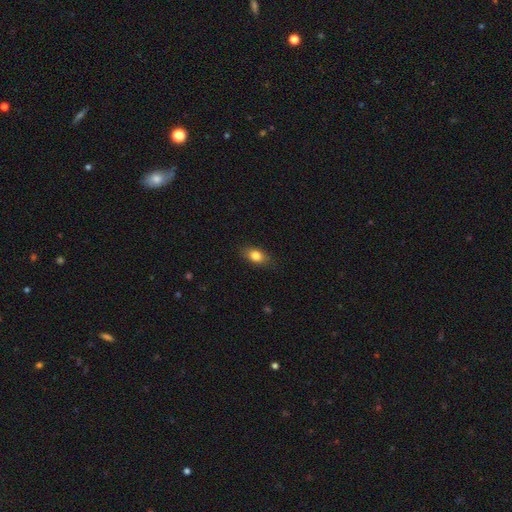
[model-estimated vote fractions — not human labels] Overall: smooth (82%). How rounded: in between (81%). Merging: none (83%).